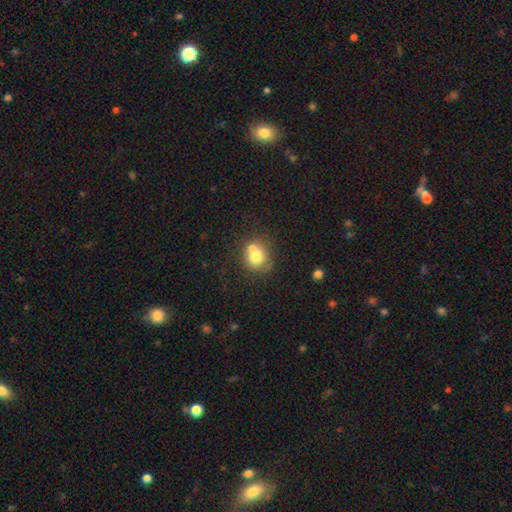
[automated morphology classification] A smooth galaxy with no disk features (72%) that is round (81%).

Vote fractions:
- Smooth or featured? smooth: 72% / featured or disk: 18% / star or artifact: 11%
- How rounded? round: 81% / in between: 18% / cigar-shaped: 1%
- Merging? none: 48% / merger: 37% / minor disturbance: 11% / major disturbance: 4%